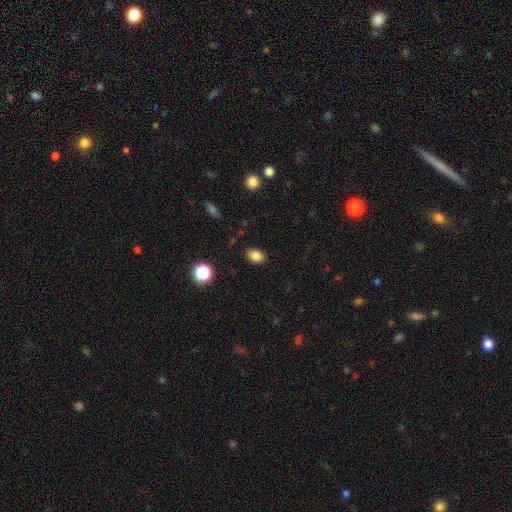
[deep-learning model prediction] Smooth or featured? Predicted: smooth (p=0.83). How rounded? Predicted: in between (p=0.73). Merging? Predicted: none (p=0.85).